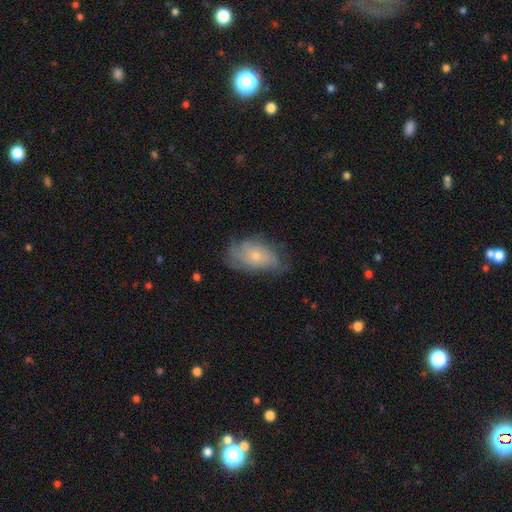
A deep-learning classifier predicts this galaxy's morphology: smooth_or_featured: featured or disk (p=0.60) [alt: smooth p=0.32]
disk_edge_on: no (p=0.94) [alt: yes p=0.06]
bar: no (p=0.82) [alt: weak p=0.16]
has_spiral_arms: yes (p=0.83) [alt: no p=0.17]
bulge_size: small (p=0.70) [alt: moderate p=0.25]
merging: none (p=0.62) [alt: minor disturbance p=0.26]